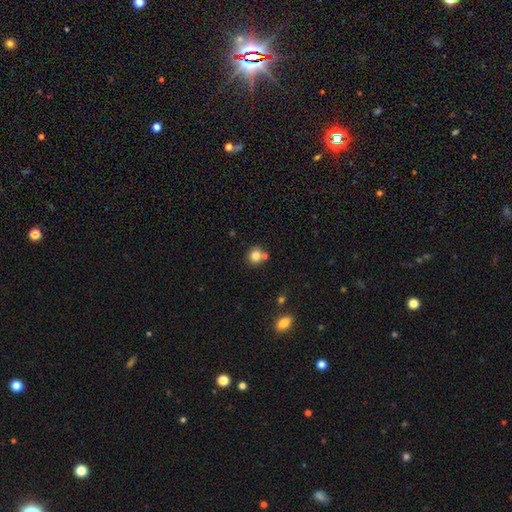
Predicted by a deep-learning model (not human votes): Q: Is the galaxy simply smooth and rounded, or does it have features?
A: smooth — 81%.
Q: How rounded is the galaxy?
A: round — 86%.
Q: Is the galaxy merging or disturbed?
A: none — 65%.